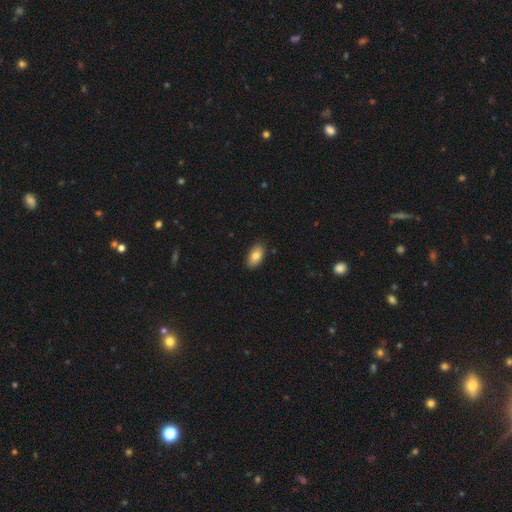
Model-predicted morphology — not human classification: Smooth or featured? Predicted: smooth (p=0.84). How rounded? Predicted: in between (p=0.93). Merging? Predicted: none (p=0.85).